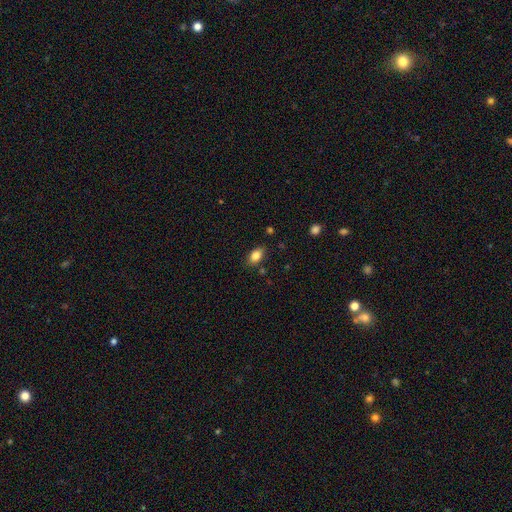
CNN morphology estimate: smooth_or_featured: smooth (p=0.84) [alt: star or artifact p=0.09]
how_rounded: in between (p=0.86) [alt: round p=0.12]
merging: none (p=0.81) [alt: minor disturbance p=0.13]